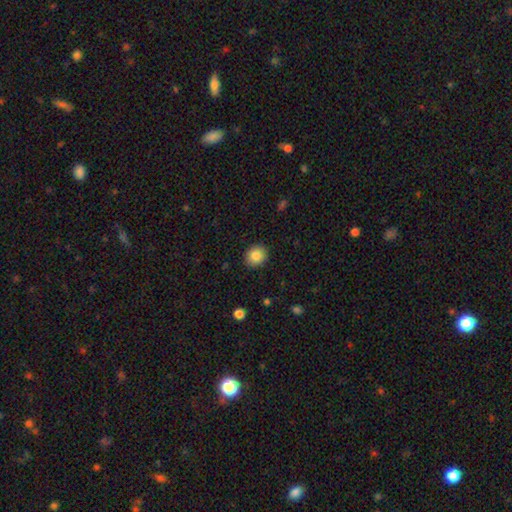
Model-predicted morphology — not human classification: Q: Smooth or featured?
A: smooth (85%); runner-up: star or artifact (9%)
Q: How rounded?
A: round (68%); runner-up: in between (31%)
Q: Merging?
A: none (89%); runner-up: minor disturbance (8%)